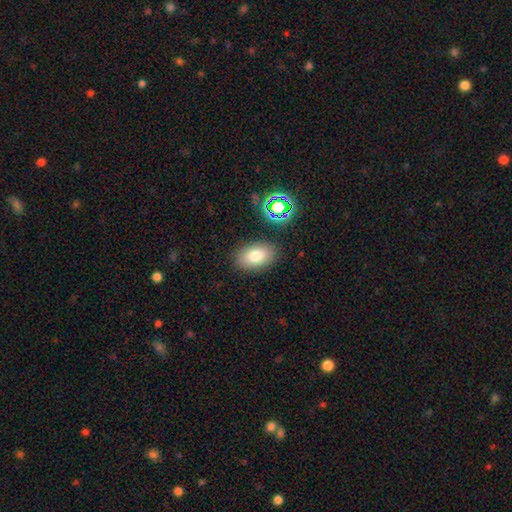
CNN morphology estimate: This is likely a smooth galaxy (79%). How rounded: clearly in between (89%). Merging: clearly none (85%).